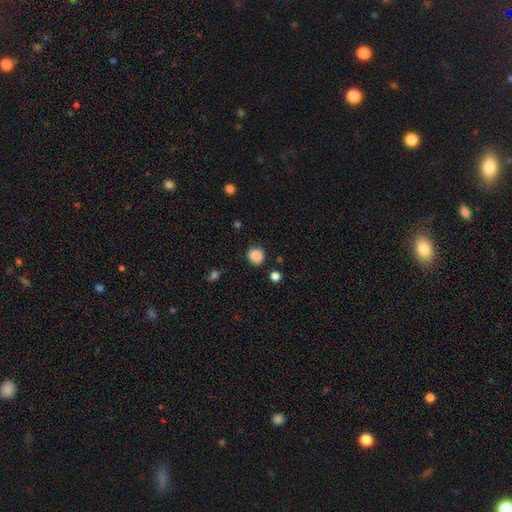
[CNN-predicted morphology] smooth 87%, star or artifact 10%, featured or disk 3%. Down the decision tree: how rounded — round (88%); merging — none (86%).